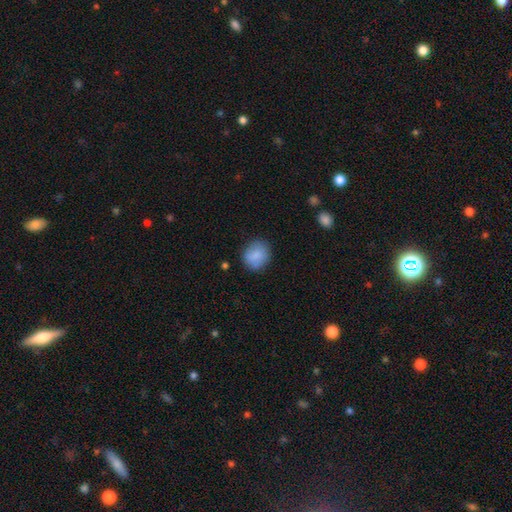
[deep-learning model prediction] Smooth or featured? smooth (85%)
How rounded? round (68%)
Merging? none (80%)